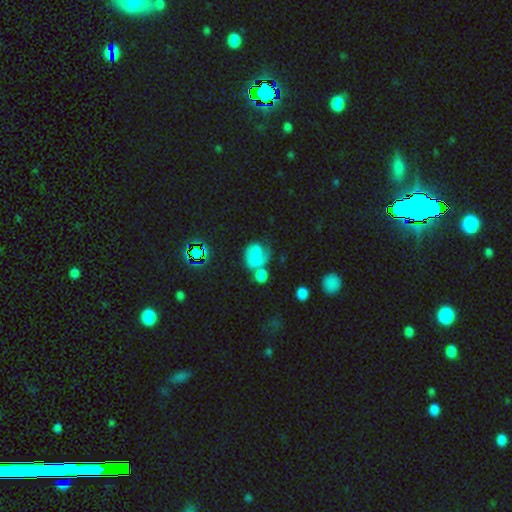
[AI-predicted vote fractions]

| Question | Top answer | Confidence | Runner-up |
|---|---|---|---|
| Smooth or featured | smooth | 50% | featured or disk (33%) |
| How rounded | in between | 51% | round (48%) |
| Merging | major disturbance | 27% | tied: none (27%) |